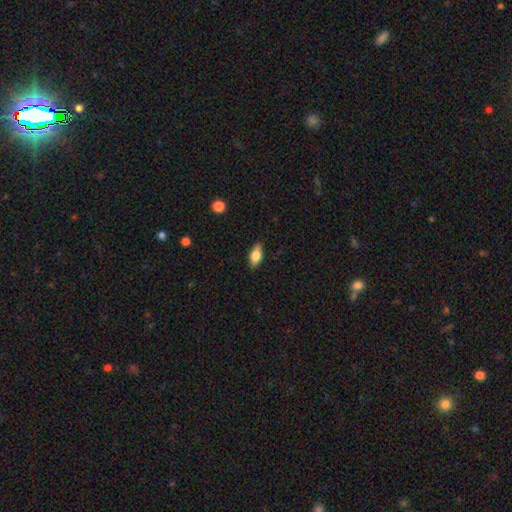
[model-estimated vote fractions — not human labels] Q: Smooth or featured?
A: smooth (72%); runner-up: featured or disk (21%)
Q: How rounded?
A: in between (85%); runner-up: cigar-shaped (11%)
Q: Merging?
A: none (86%); runner-up: minor disturbance (11%)